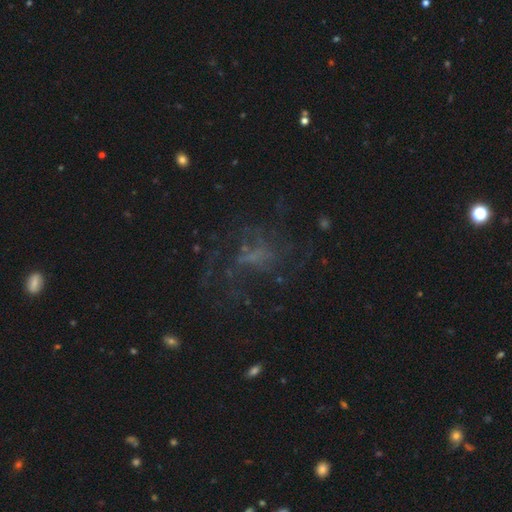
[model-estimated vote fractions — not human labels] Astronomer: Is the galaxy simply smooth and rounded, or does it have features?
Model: featured or disk — 52% (runner-up: star or artifact, 27%).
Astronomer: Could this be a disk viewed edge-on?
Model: no — 96%.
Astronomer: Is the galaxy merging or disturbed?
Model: none — 49% (runner-up: major disturbance, 32%).